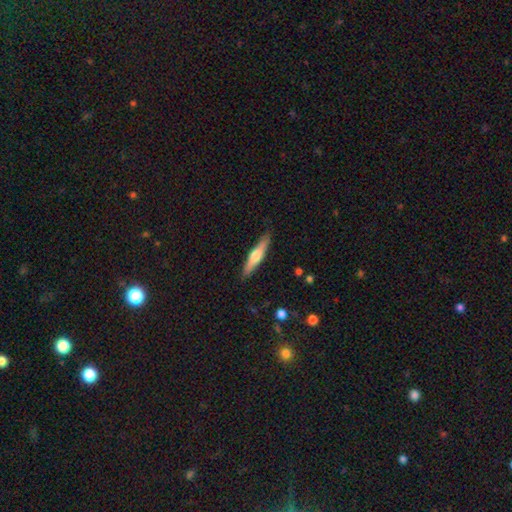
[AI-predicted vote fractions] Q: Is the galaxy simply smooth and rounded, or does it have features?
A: featured or disk — 50%.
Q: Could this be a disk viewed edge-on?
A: yes — 94%.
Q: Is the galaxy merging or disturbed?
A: none — 88%.